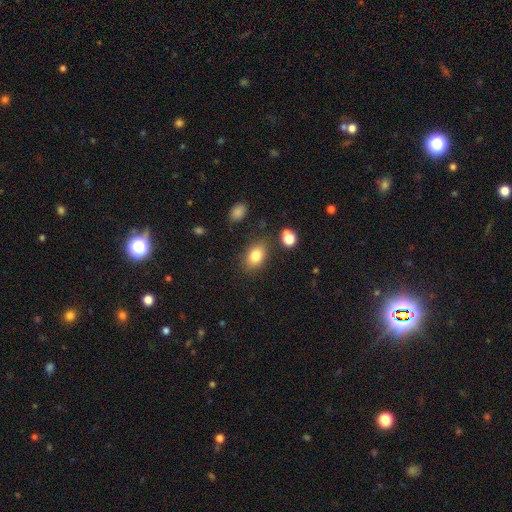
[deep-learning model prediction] The model was most divided on "how rounded": in between: 82%, round: 17%, cigar-shaped: 1%. More confident: smooth or featured — smooth (81%); merging — none (79%).